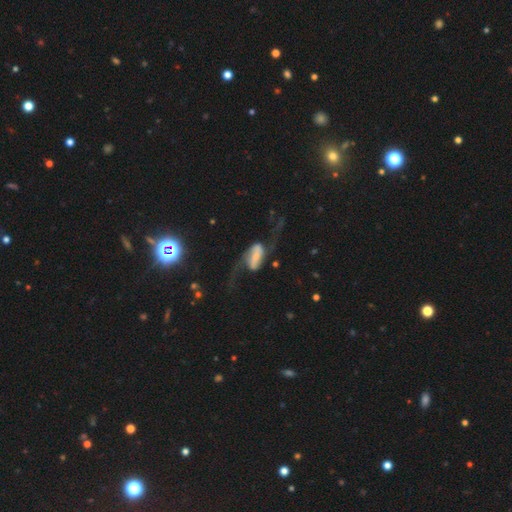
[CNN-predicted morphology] smooth_or_featured: featured or disk (p=0.78) [alt: smooth p=0.15]
disk_edge_on: no (p=0.95) [alt: yes p=0.05]
bar: strong (p=0.49) [alt: weak p=0.33]
has_spiral_arms: yes (p=0.92) [alt: no p=0.08]
spiral_winding: loose (p=0.78) [alt: medium p=0.17]
spiral_arm_count: 2 (p=0.92) [alt: 1 p=0.03]
bulge_size: small (p=0.48) [alt: moderate p=0.24]
merging: none (p=0.50) [alt: major disturbance p=0.30]